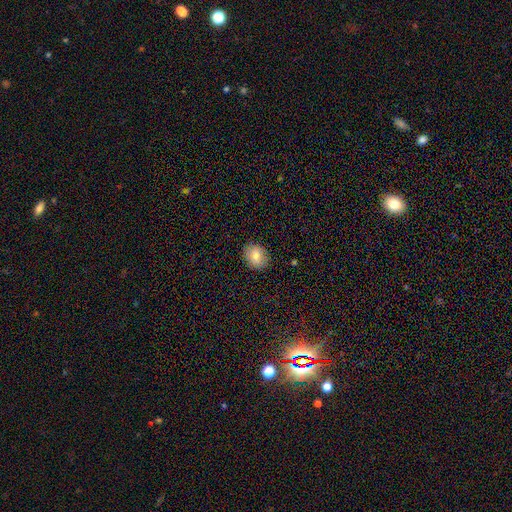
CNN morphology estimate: Smooth or featured? Predicted: smooth (p=0.79). How rounded? Predicted: round (p=0.53). Merging? Predicted: none (p=0.87).